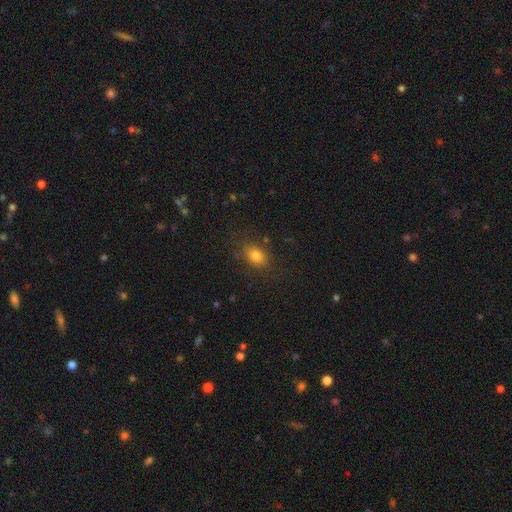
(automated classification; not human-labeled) Smooth or featured?
  - smooth: 79% *
  - star or artifact: 12%
  - featured or disk: 9%
How rounded?
  - in between: 71% *
  - round: 27%
  - cigar-shaped: 2%
Merging?
  - none: 80% *
  - minor disturbance: 14%
  - major disturbance: 5%
  - merger: 2%